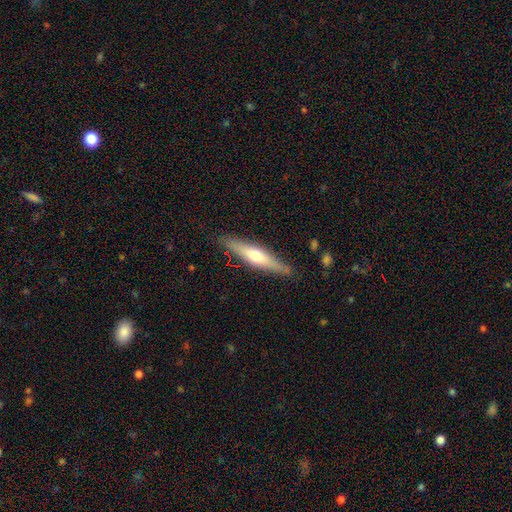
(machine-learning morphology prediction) Overall: featured or disk (56%; smooth 39%). Edge-on disk: yes (93%). Edge-on bulge: rounded (87%). Merging: none (86%).